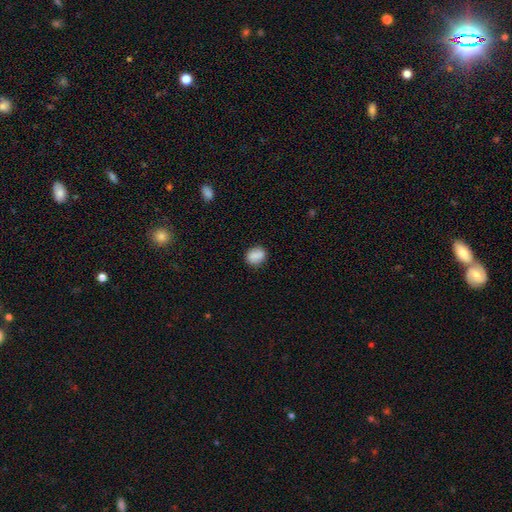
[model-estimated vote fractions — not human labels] Morphology: type=smooth (85%); roundness=round (57%); merging=none (84%).